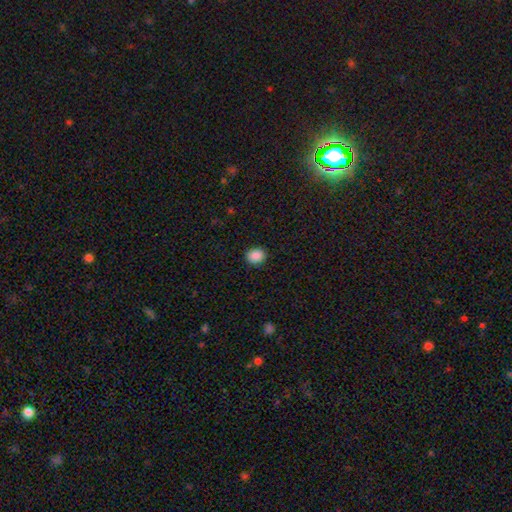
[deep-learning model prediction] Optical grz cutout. It shows a smooth galaxy with no disk features (89%) that is round (62%). Merging: none (90%).